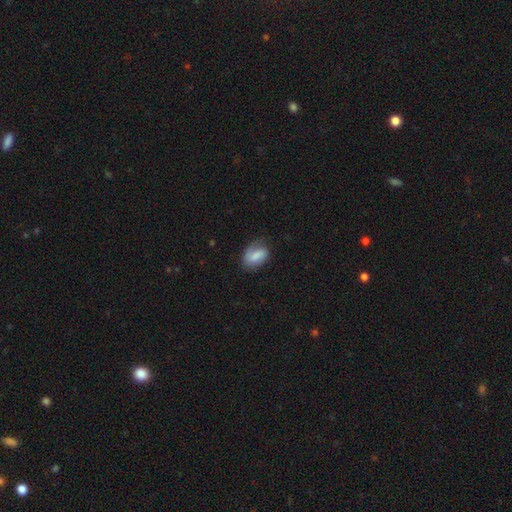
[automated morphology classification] smooth_or_featured: smooth (p=0.71) [alt: featured or disk p=0.22]
how_rounded: in between (p=0.87) [alt: round p=0.11]
merging: none (p=0.57) [alt: minor disturbance p=0.30]